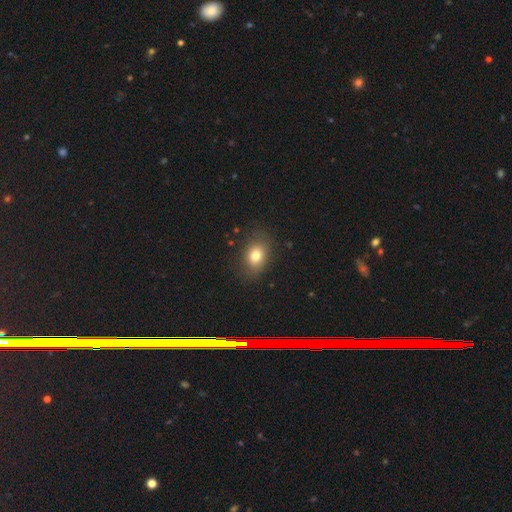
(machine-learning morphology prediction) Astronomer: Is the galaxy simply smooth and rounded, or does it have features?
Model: smooth — 79%.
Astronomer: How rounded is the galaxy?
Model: in between — 70%.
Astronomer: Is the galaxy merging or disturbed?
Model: none — 81%.